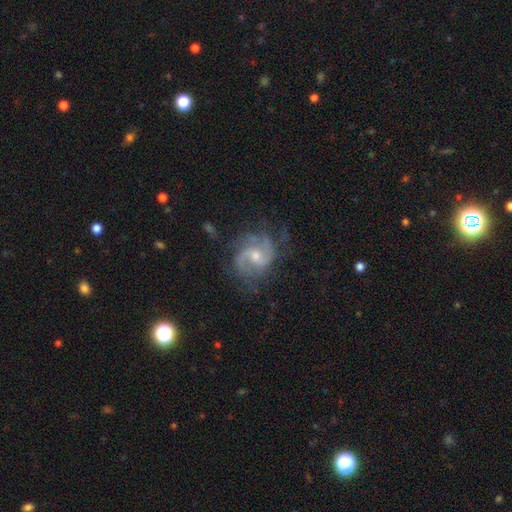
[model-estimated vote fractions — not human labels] smooth-or-featured: featured or disk: 87% | smooth: 7% | star or artifact: 6%
  disk-edge-on: no: 98% | yes: 2%
    bar: weak: 49% | no: 42% | strong: 9%
    has-spiral-arms: yes: 96% | no: 4%
      spiral-winding: medium: 53% | tight: 28% | loose: 19%
      spiral-arm-count: 2: 68% | 3: 13% | can't tell: 11% | 1: 3% | 4: 3% | more than 4: 3%
    bulge-size: moderate: 53% | small: 41% | none: 3% | large: 2% | dominant: 1%
  merging: none: 67% | minor disturbance: 20% | major disturbance: 11% | merger: 2%